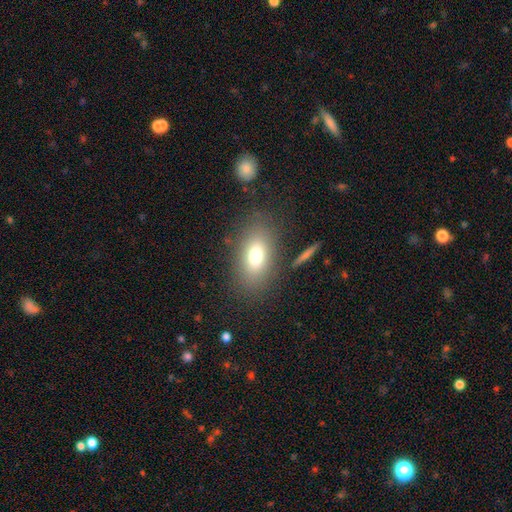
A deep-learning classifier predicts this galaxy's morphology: Smooth or featured? smooth (73%)
How rounded? in between (85%)
Merging? none (80%)